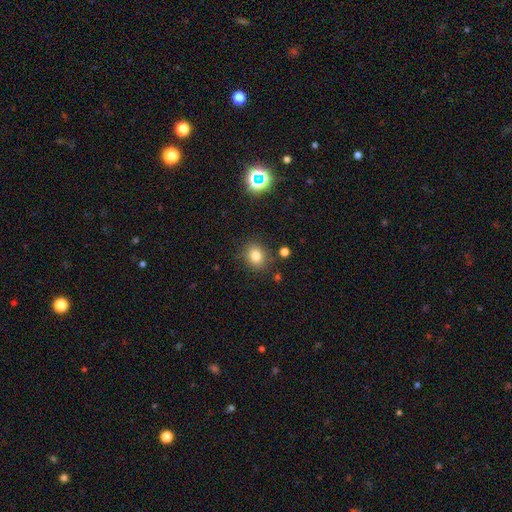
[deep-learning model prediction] smooth_or_featured: smooth (p=0.79) [alt: star or artifact p=0.14]
how_rounded: round (p=0.67) [alt: in between p=0.32]
merging: none (p=0.82) [alt: minor disturbance p=0.11]